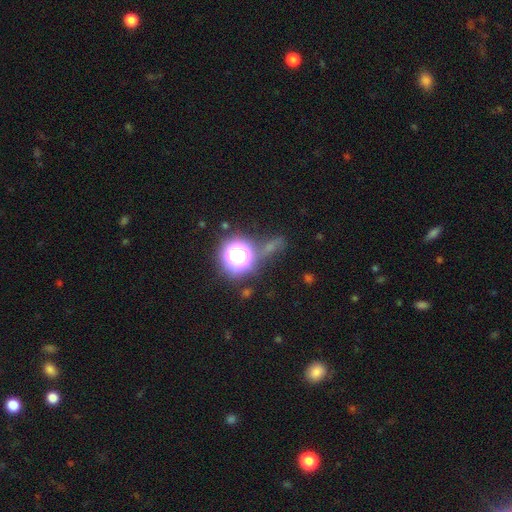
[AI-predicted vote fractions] This appears to be a star or artifact, not a galaxy (77%).